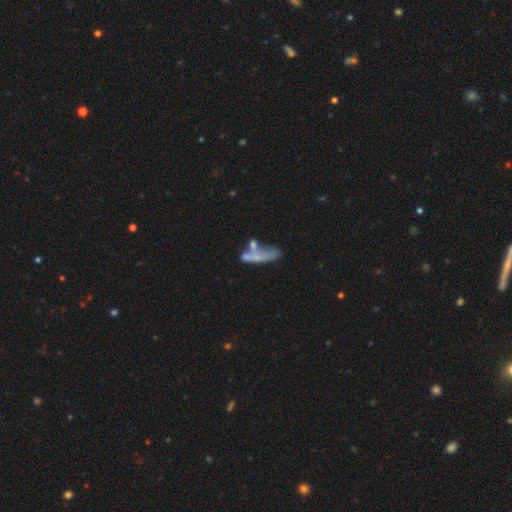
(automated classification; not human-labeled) smooth_or_featured: smooth (p=0.48) [alt: featured or disk p=0.40]
merging: merger (p=0.34) [alt: none p=0.27]